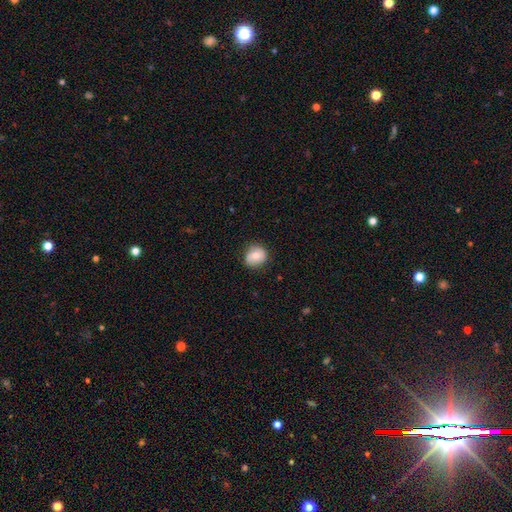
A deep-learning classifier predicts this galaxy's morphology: smooth 67%, featured or disk 25%, star or artifact 8%. Down the decision tree: how rounded — round (79%); merging — none (82%).